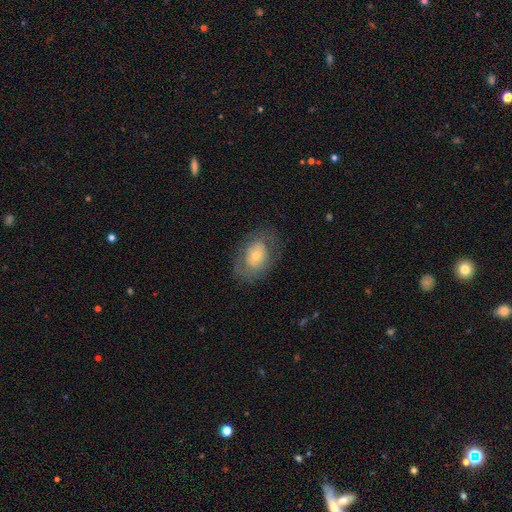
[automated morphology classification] Smooth or featured: smooth — 46% (featured or disk — 45%)
Merging: none — 71% (minor disturbance — 16%)